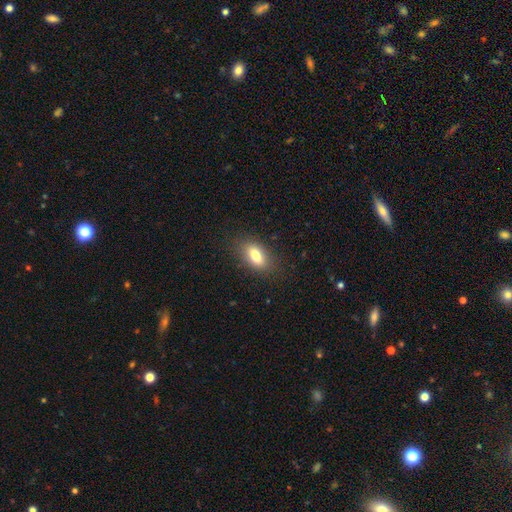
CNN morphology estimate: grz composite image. It shows a smooth galaxy with no disk features (79%) that is in between round and cigar-shaped (85%). Merging: none (84%).